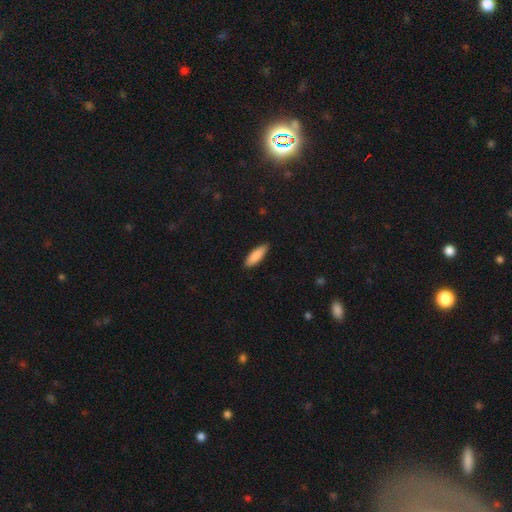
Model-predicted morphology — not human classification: Smooth or featured? Predicted: smooth (p=0.88). How rounded? Predicted: in between (p=0.55). Merging? Predicted: none (p=0.88).